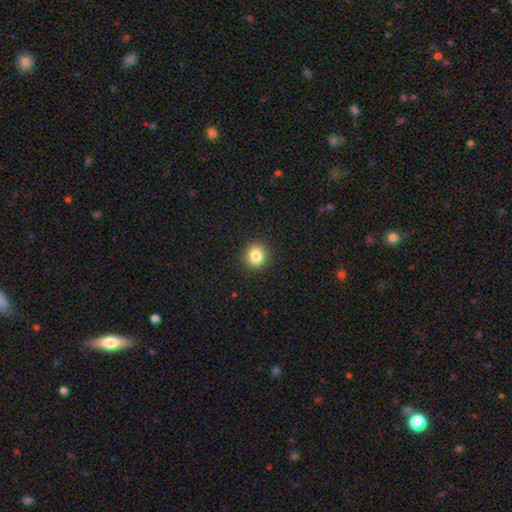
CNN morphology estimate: Smooth or featured?
  - smooth: 84% *
  - star or artifact: 10%
  - featured or disk: 6%
How rounded?
  - round: 87% *
  - in between: 12%
  - cigar-shaped: 1%
Merging?
  - none: 91% *
  - minor disturbance: 6%
  - major disturbance: 2%
  - merger: 1%